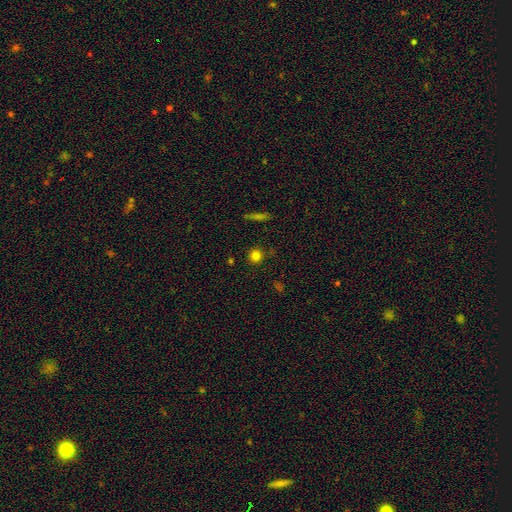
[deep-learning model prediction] Overall: smooth (80%). How rounded: round (92%). Merging: none (87%).